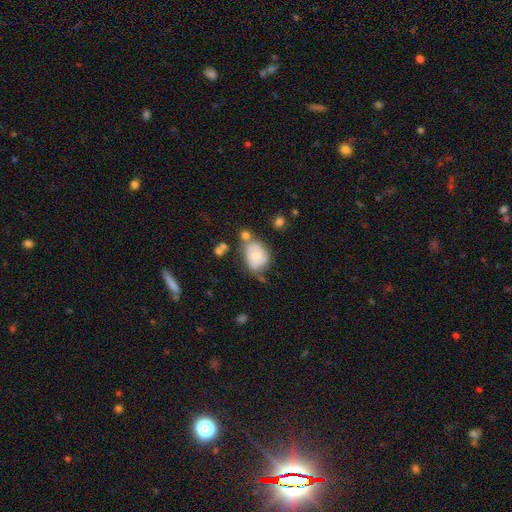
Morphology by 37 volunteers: smooth_or_featured: smooth (p=0.73) [alt: featured or disk p=0.22]
how_rounded: round (p=0.52) [alt: in between p=0.44]
merging: none (p=0.40) [alt: minor disturbance p=0.23]